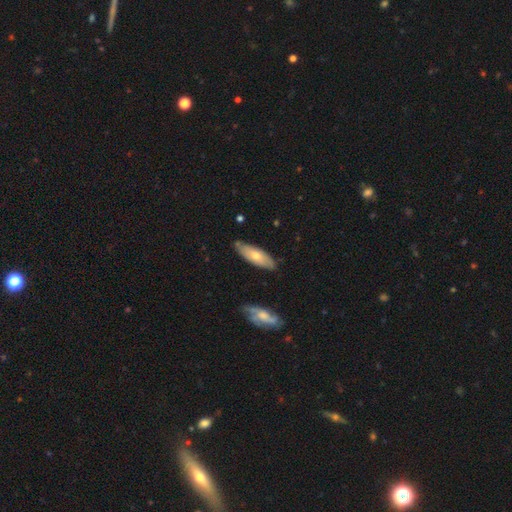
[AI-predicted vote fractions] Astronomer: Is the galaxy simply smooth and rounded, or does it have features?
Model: smooth — 55% (runner-up: featured or disk, 39%).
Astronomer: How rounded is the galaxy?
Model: in between — 60% (runner-up: cigar-shaped, 38%).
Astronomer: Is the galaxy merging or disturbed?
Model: none — 79%.